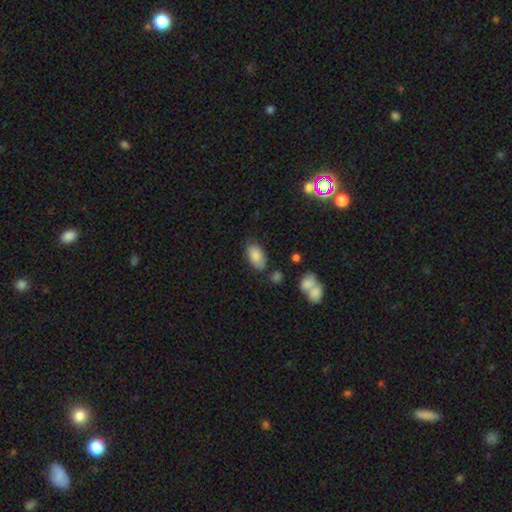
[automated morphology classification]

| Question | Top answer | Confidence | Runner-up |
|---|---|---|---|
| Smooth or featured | smooth | 85% | featured or disk (8%) |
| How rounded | in between | 94% | round (4%) |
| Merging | none | 71% | minor disturbance (20%) |